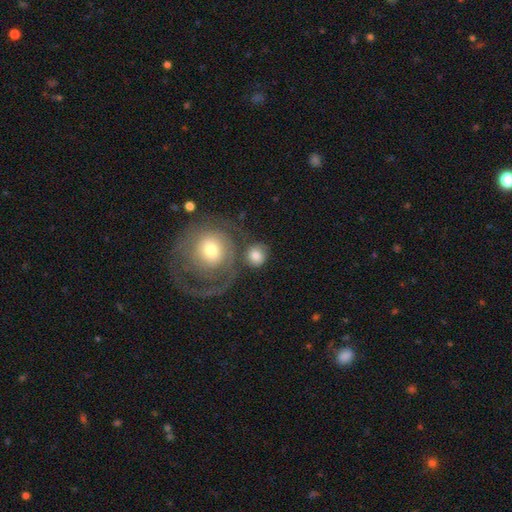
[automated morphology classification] Q: Smooth or featured?
A: smooth (72%); runner-up: featured or disk (22%)
Q: How rounded?
A: round (84%); runner-up: in between (15%)
Q: Merging?
A: none (56%); runner-up: merger (24%)